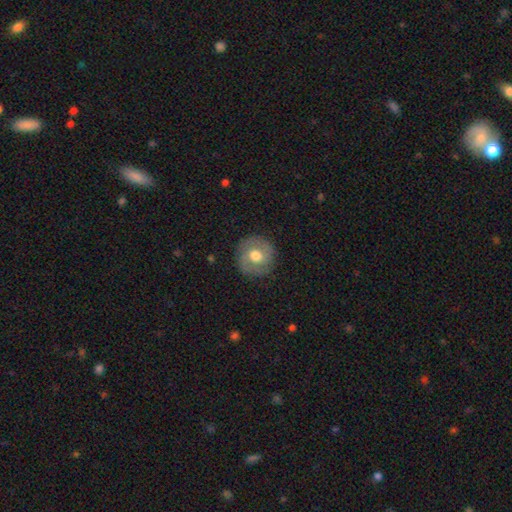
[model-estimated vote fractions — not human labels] Smooth or featured? smooth (51%)
How rounded? round (92%)
Merging? none (85%)